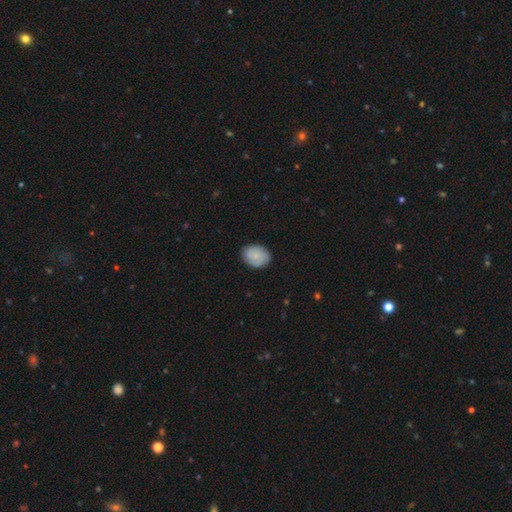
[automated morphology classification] Smooth or featured? smooth (68%)
How rounded? in between (58%)
Merging? none (83%)